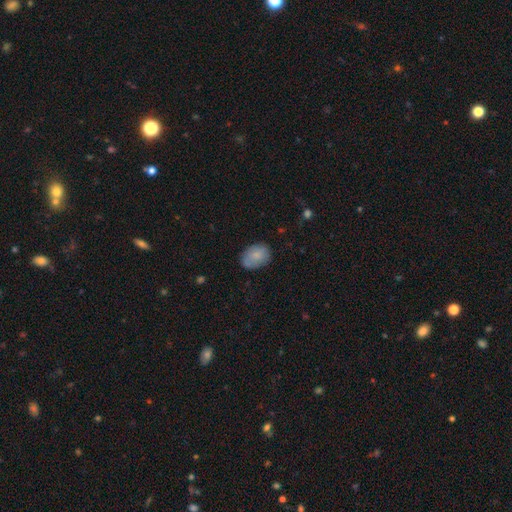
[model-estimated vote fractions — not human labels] Q: Smooth or featured?
A: smooth (81%); runner-up: featured or disk (12%)
Q: How rounded?
A: in between (80%); runner-up: round (19%)
Q: Merging?
A: none (73%); runner-up: minor disturbance (21%)